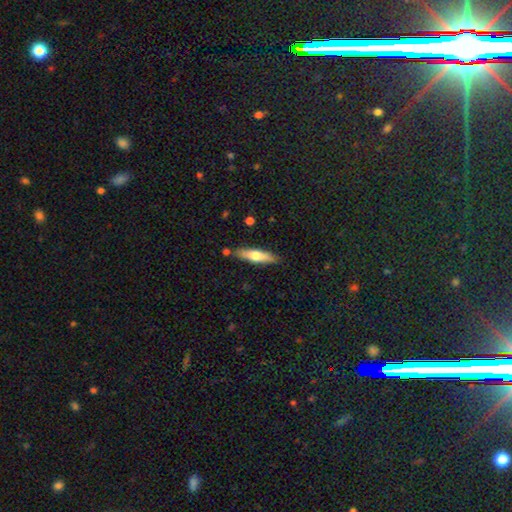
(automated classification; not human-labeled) Overall: smooth (61%; featured or disk 33%). How rounded: cigar-shaped (74%). Merging: none (84%).